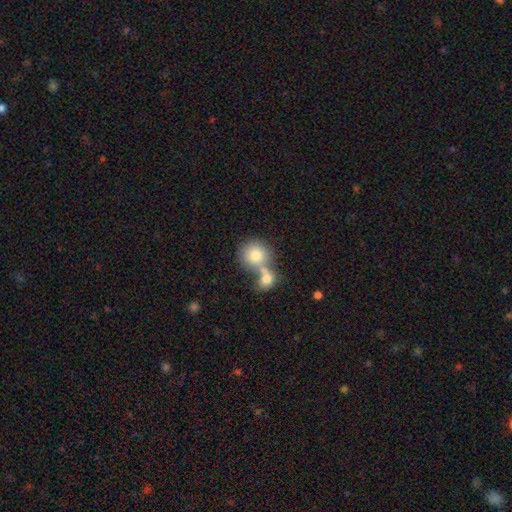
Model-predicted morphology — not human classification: type=smooth (77%); roundness=round (82%); merging=merger (57%).